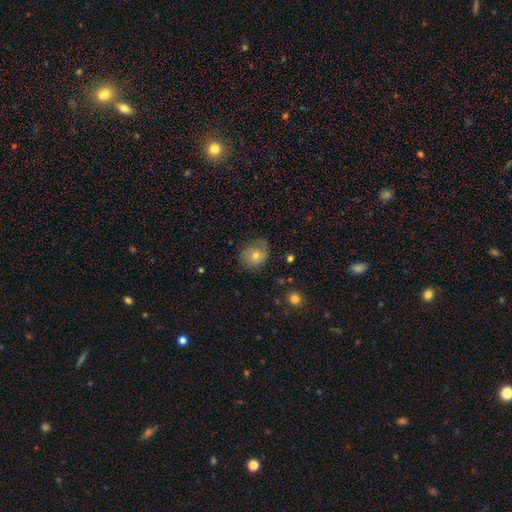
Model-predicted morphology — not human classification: Overall: smooth (53%; featured or disk 33%). How rounded: round (69%; in between 30%). Merging: none (70%).